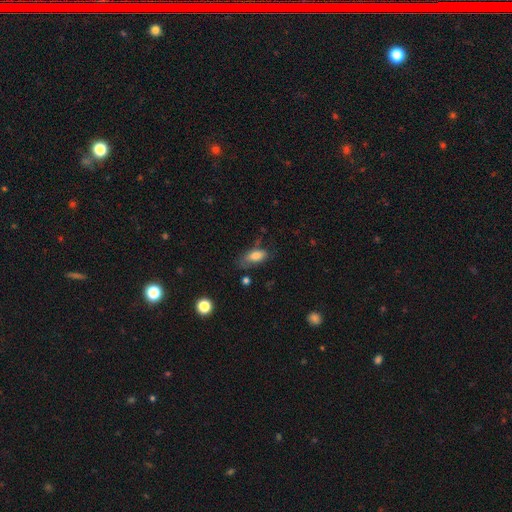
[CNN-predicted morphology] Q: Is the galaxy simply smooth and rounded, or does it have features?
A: smooth — 77%.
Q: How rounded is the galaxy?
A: in between — 86%.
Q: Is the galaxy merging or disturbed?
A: none — 55%.